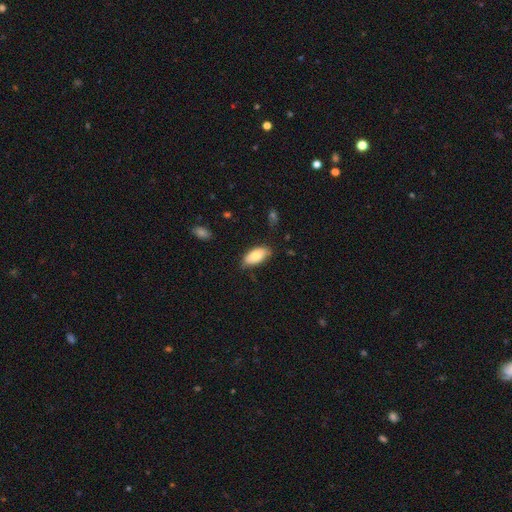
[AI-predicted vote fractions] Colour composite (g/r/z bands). It shows a smooth galaxy with no disk features (79%) that is in between round and cigar-shaped (93%). Merging: none (75%).